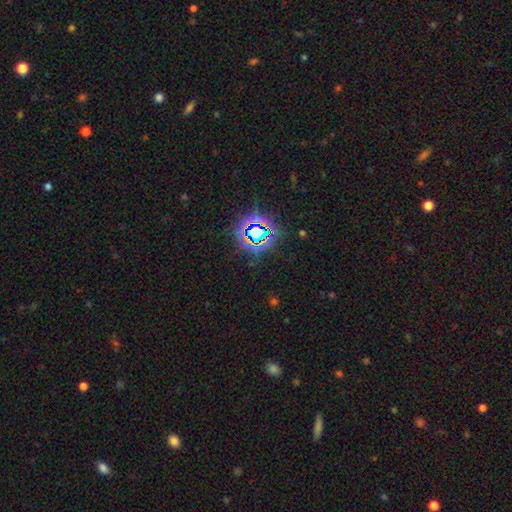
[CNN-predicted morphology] Q: Smooth or featured?
A: star or artifact (76%); runner-up: smooth (15%)